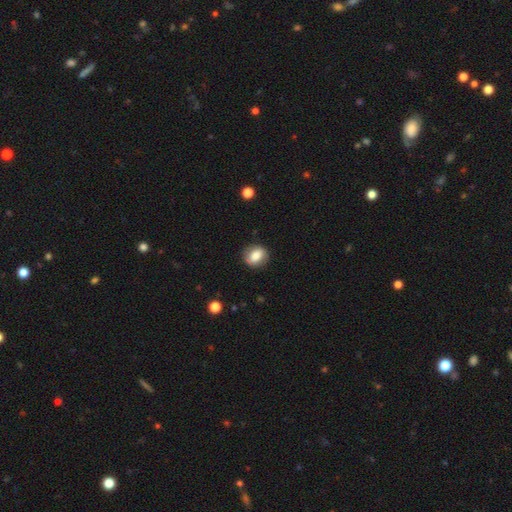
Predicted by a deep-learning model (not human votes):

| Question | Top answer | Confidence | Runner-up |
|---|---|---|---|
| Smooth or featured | smooth | 76% | featured or disk (16%) |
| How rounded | round | 58% | in between (41%) |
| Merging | none | 83% | minor disturbance (12%) |